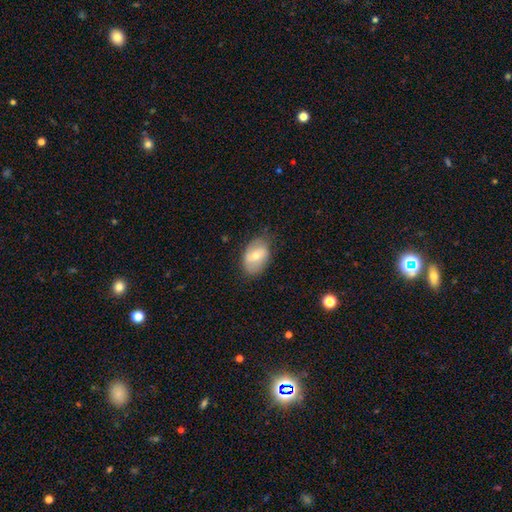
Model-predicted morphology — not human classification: A smooth galaxy with no disk features (56%) that is in between round and cigar-shaped (85%).

Vote fractions:
- Smooth or featured? smooth: 56% / featured or disk: 38% / star or artifact: 7%
- How rounded? in between: 85% / round: 14% / cigar-shaped: 1%
- Merging? none: 71% / minor disturbance: 22% / major disturbance: 6% / merger: 1%